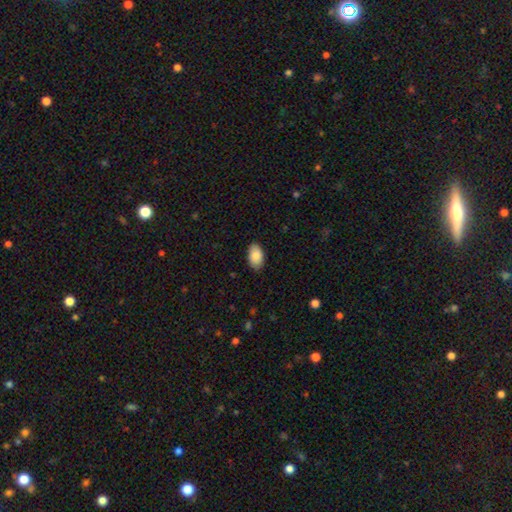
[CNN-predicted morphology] Smooth or featured? smooth (88%)
How rounded? in between (94%)
Merging? none (87%)